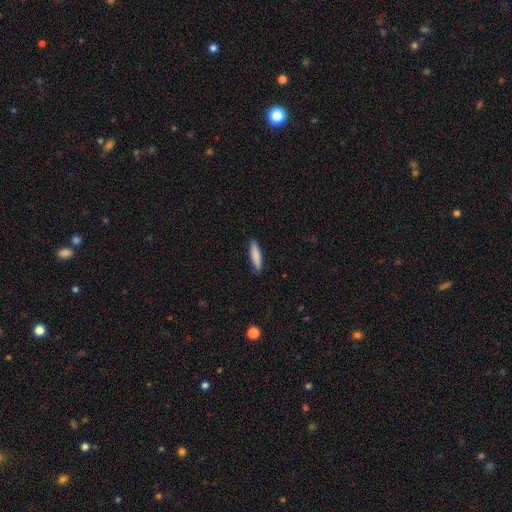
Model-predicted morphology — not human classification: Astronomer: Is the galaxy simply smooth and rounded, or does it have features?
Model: smooth — 85%.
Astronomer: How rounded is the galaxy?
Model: cigar-shaped — 76%.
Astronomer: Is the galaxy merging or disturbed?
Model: none — 87%.